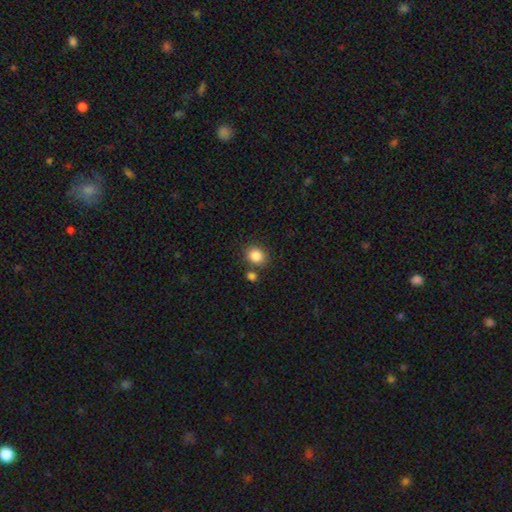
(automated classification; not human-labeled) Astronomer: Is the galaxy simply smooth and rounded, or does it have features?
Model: smooth — 85%.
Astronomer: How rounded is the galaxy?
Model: round — 69%.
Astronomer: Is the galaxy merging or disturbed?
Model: none — 76%.